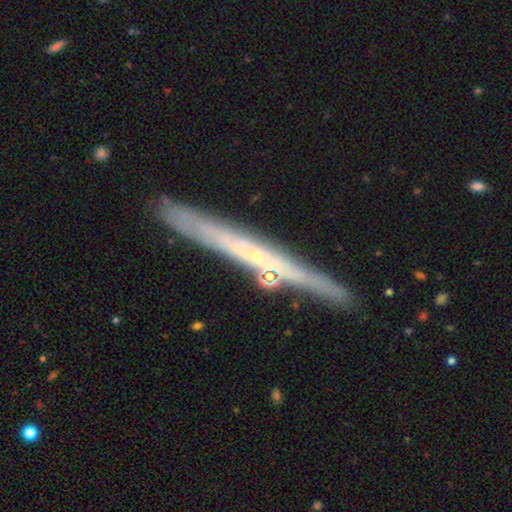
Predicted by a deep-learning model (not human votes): Morphology: type=featured or disk (68%); edge-on=yes (93%); edge-on bulge=none (64%); merging=none (85%).